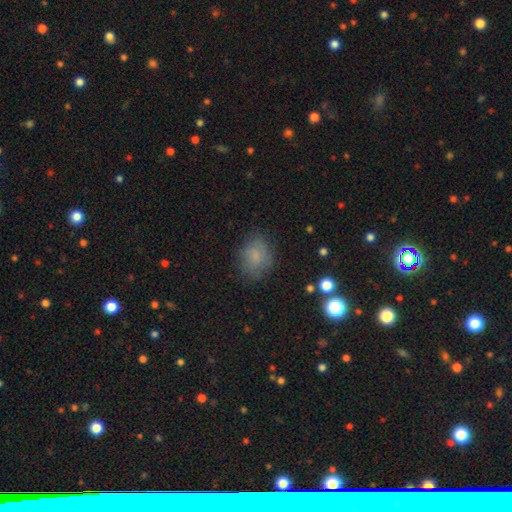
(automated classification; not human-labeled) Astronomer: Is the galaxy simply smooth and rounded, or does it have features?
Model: smooth — 73%.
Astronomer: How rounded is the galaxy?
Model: in between — 55% (runner-up: round, 43%).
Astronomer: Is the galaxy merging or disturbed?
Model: none — 71%.